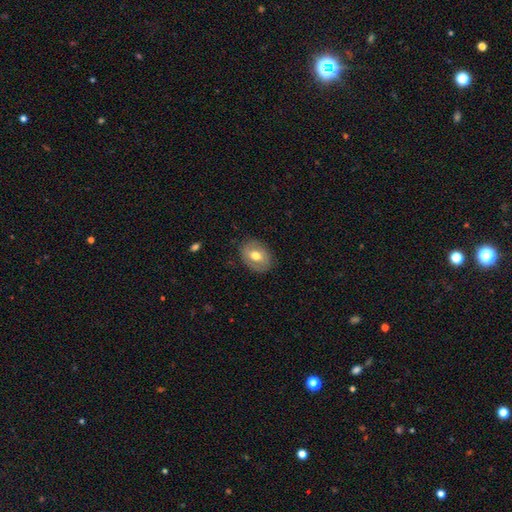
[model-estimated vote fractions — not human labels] smooth-or-featured: smooth: 57% | featured or disk: 36% | star or artifact: 7%
  how-rounded: in between: 67% | round: 32% | cigar-shaped: 1%
  merging: none: 82% | minor disturbance: 13% | major disturbance: 4% | merger: 1%